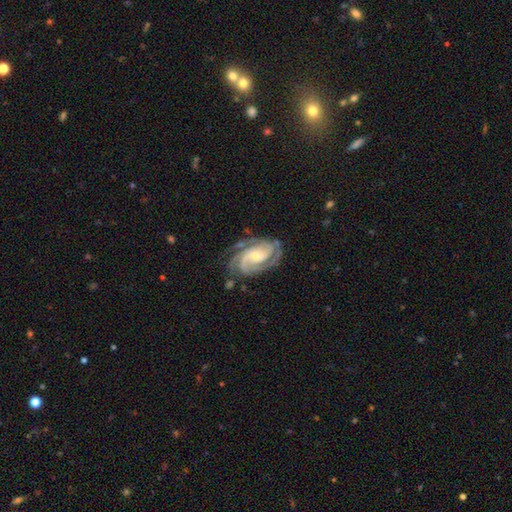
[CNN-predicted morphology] Overall: featured or disk (91%). Edge-on disk: no (97%). Bar: no (58%; weak 31%). Spiral arms: yes (98%). Spiral arm count: 2 (39%; 3 35%). Spiral winding: tight (59%; medium 36%). Bulge size: small (65%; moderate 29%). Merging: none (72%).